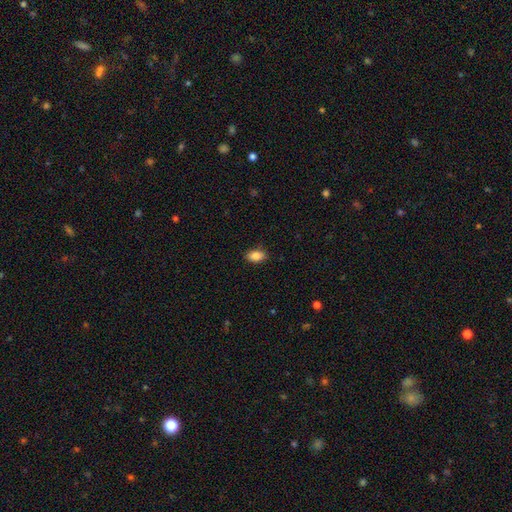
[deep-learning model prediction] smooth-or-featured: smooth: 86% | star or artifact: 8% | featured or disk: 6%
  how-rounded: in between: 90% | round: 8% | cigar-shaped: 2%
  merging: none: 87% | minor disturbance: 10% | major disturbance: 2% | merger: 1%